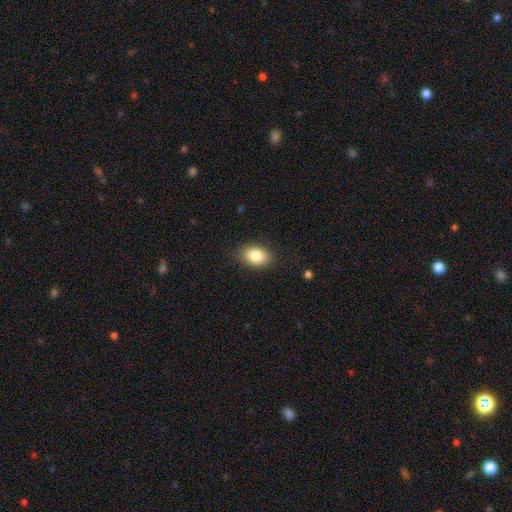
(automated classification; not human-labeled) Overall: smooth (84%). How rounded: in between (82%). Merging: none (85%).